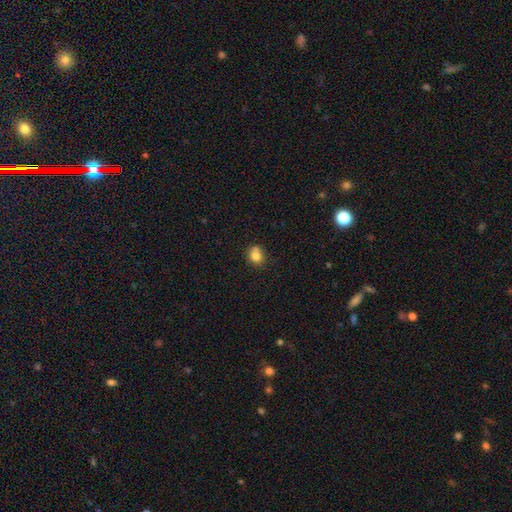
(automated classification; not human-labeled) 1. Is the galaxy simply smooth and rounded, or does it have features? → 78% smooth, 11% star or artifact, 11% featured or disk.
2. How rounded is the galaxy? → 72% round, 27% in between, 1% cigar-shaped.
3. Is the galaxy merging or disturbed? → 57% none, 19% merger, 19% minor disturbance, 5% major disturbance.